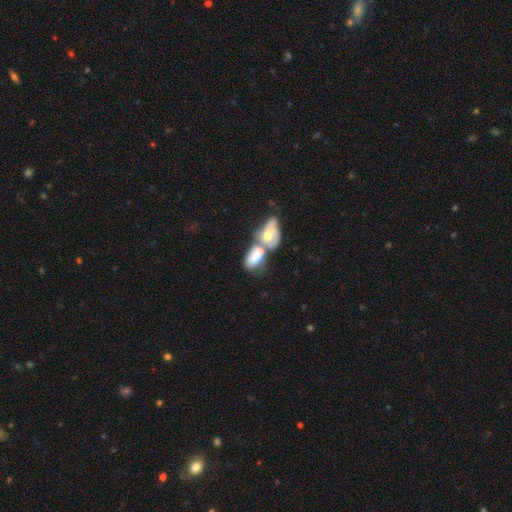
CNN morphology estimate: A smooth galaxy with no disk features (64%) that is in between round and cigar-shaped (90%).

Vote fractions:
- Smooth or featured? smooth: 64% / featured or disk: 29% / star or artifact: 7%
- How rounded? in between: 90% / round: 7% / cigar-shaped: 3%
- Merging? merger: 71% / none: 13% / minor disturbance: 9% / major disturbance: 8%